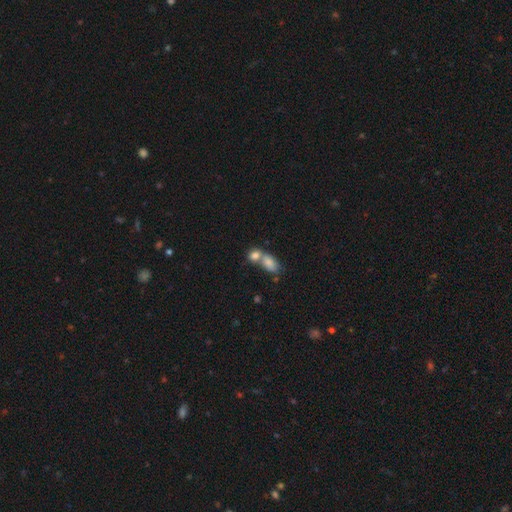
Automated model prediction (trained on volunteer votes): Morphology: type=smooth (81%); roundness=in between (71%); merging=merger (62%).